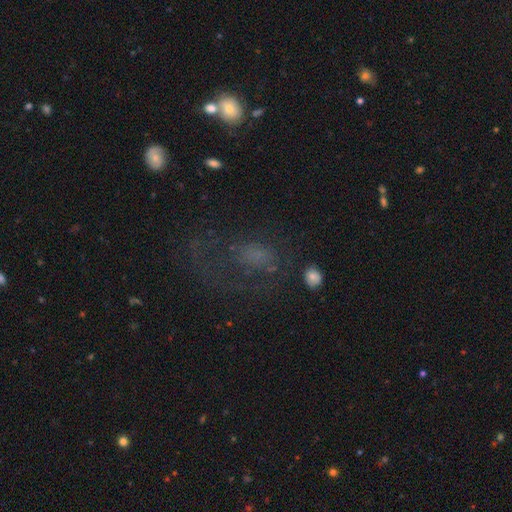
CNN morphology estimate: smooth-or-featured: smooth: 40% | featured or disk: 35% | star or artifact: 26%
  merging: major disturbance: 45% | none: 33% | minor disturbance: 17% | merger: 4%